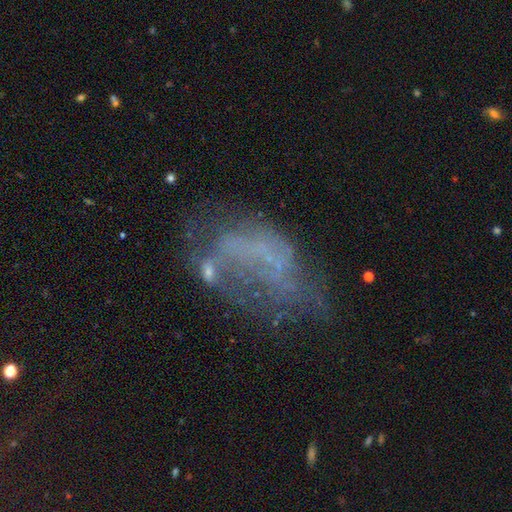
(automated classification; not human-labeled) Overall: featured or disk (52%; smooth 25%). Edge-on disk: no (96%). Bar: no (84%). Spiral arms: no (83%). Bulge size: none (83%). Merging: major disturbance (36%; none 34%).